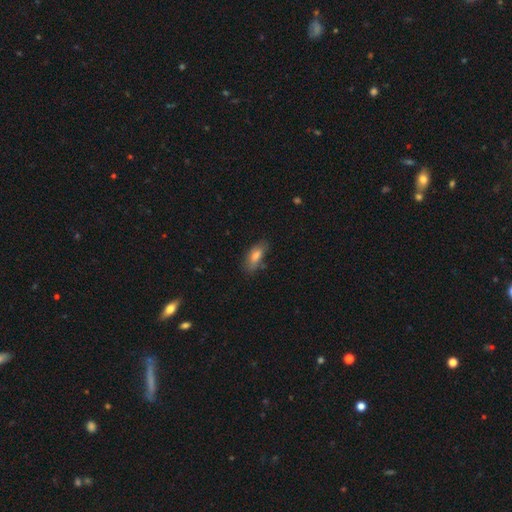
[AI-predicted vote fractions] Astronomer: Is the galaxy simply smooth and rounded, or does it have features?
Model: smooth — 76%.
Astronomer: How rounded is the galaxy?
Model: in between — 78%.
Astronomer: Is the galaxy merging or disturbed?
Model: none — 72%.